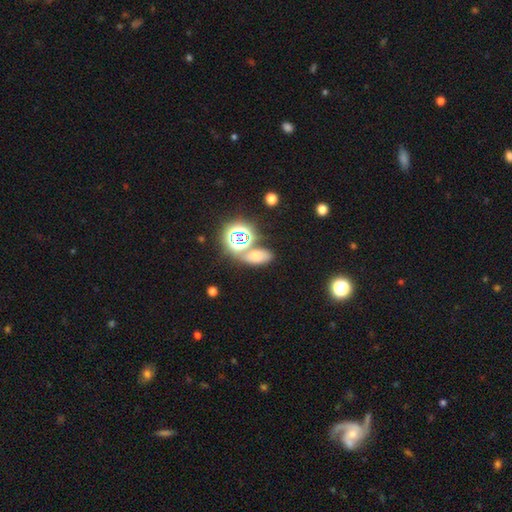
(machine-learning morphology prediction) smooth_or_featured: smooth (p=0.53) [alt: star or artifact p=0.35]
how_rounded: in between (p=0.74) [alt: round p=0.21]
merging: none (p=0.57) [alt: merger p=0.24]